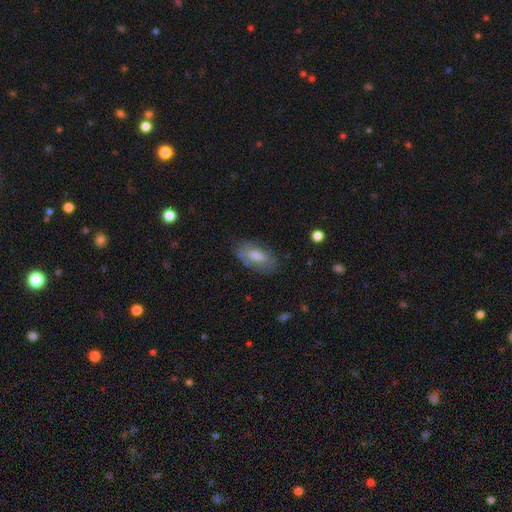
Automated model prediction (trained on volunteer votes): Overall: smooth (63%; featured or disk 29%). How rounded: in between (89%). Merging: none (74%).